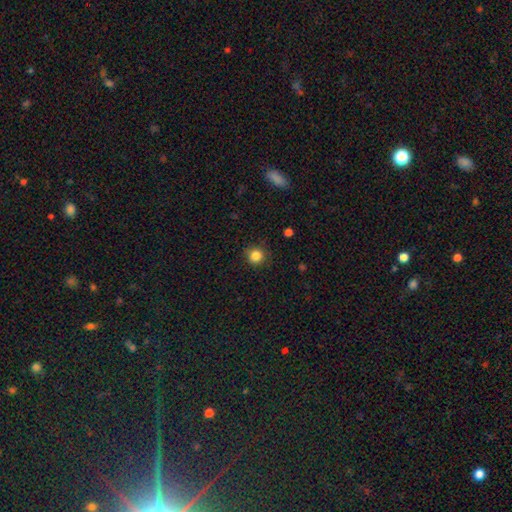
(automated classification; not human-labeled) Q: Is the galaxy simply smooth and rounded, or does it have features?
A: smooth — 84%.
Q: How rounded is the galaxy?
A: round — 93%.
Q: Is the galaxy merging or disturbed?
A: none — 87%.